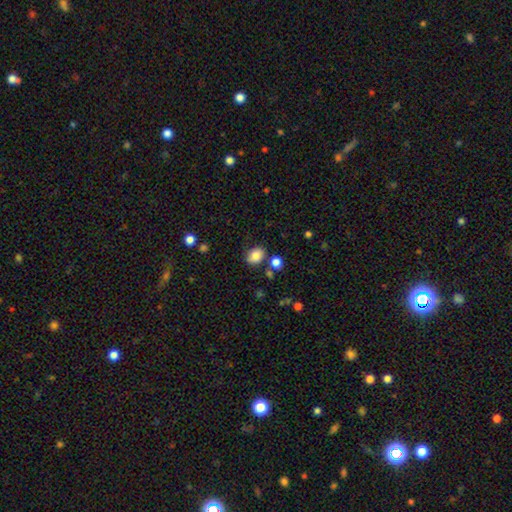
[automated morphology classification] A smooth galaxy with no disk features (84%) that is in between round and cigar-shaped (56%). Merging: none (76%).